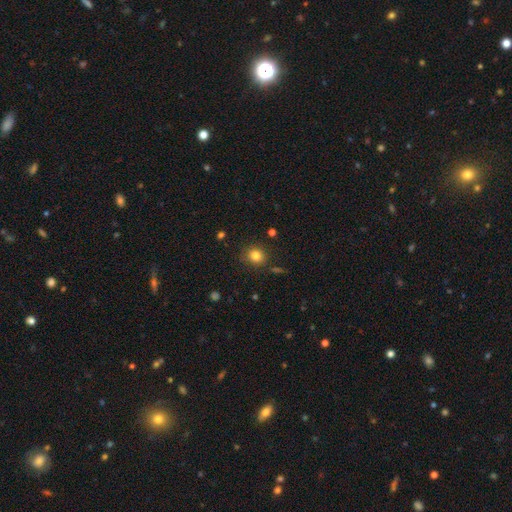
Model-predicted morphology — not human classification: Smooth or featured: smooth — 81% (star or artifact — 12%)
How rounded: round — 82% (in between — 17%)
Merging: none — 84% (minor disturbance — 10%)